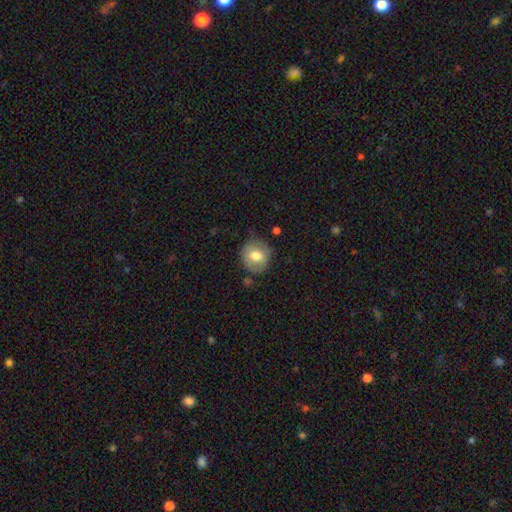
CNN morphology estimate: Overall: smooth (70%). How rounded: round (82%). Merging: none (73%).